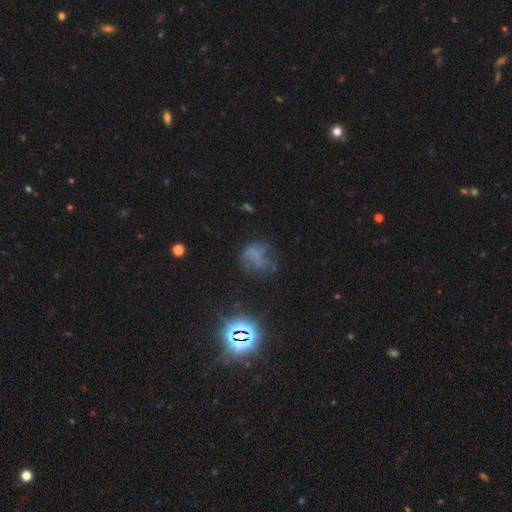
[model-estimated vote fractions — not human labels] Smooth or featured: smooth — 34% (tied with featured or disk — 34%)
Merging: none — 43% (major disturbance — 30%)